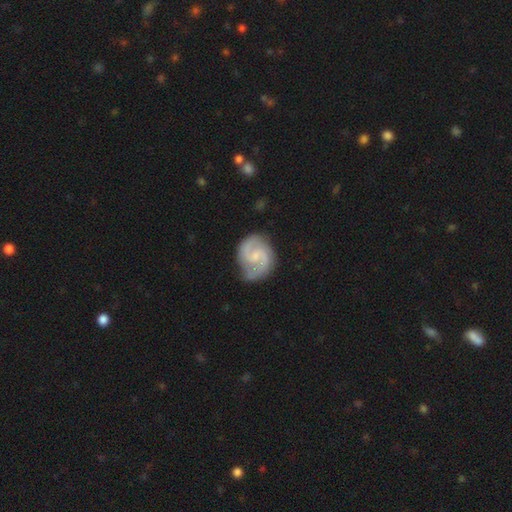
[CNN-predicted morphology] Smooth or featured? featured or disk (89%)
Edge-on disk? no (98%)
Bar? weak (51%)
Spiral arms? yes (98%)
Spiral winding? medium (58%)
Spiral arm count? 2 (93%)
Bulge size? small (58%)
Merging? none (78%)